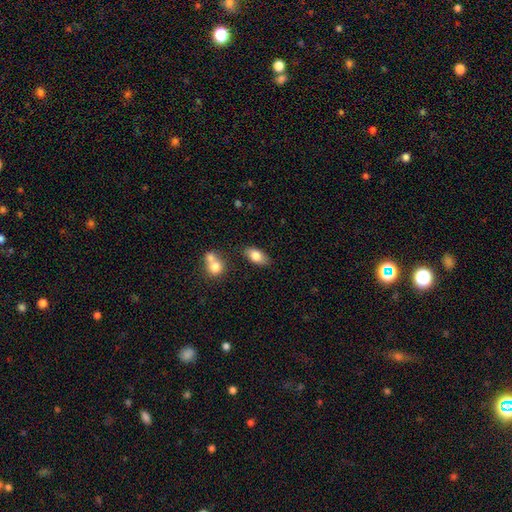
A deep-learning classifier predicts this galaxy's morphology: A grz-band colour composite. It shows a smooth galaxy with no disk features (80%) that is in between round and cigar-shaped (90%). Merging: none (78%).